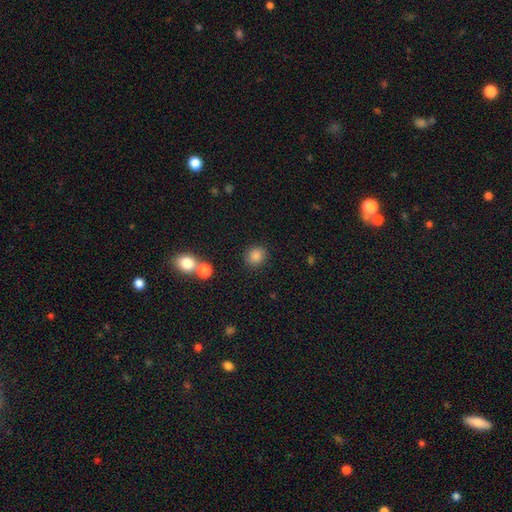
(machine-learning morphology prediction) Overall: smooth (85%). How rounded: round (80%). Merging: none (85%).